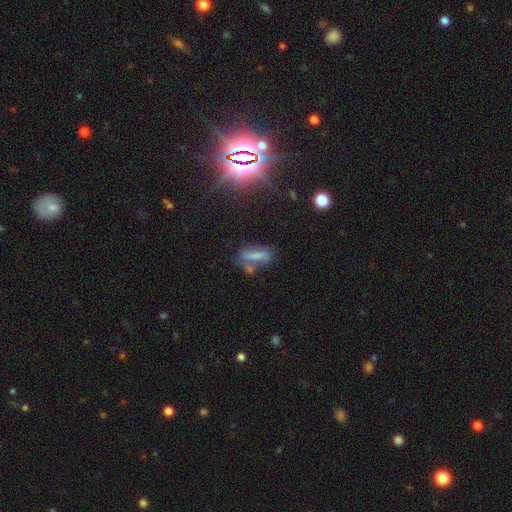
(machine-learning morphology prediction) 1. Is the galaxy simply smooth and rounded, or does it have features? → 52% smooth, 32% featured or disk, 15% star or artifact.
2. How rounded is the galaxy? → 58% in between, 36% cigar-shaped, 5% round.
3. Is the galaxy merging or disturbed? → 49% none, 22% minor disturbance, 17% merger, 12% major disturbance.